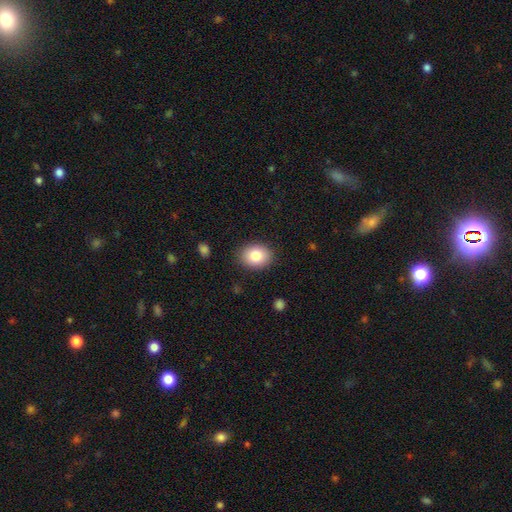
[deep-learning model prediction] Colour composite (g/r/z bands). It shows a smooth galaxy with no disk features (82%) that is in between round and cigar-shaped (53%). Merging: none (88%).